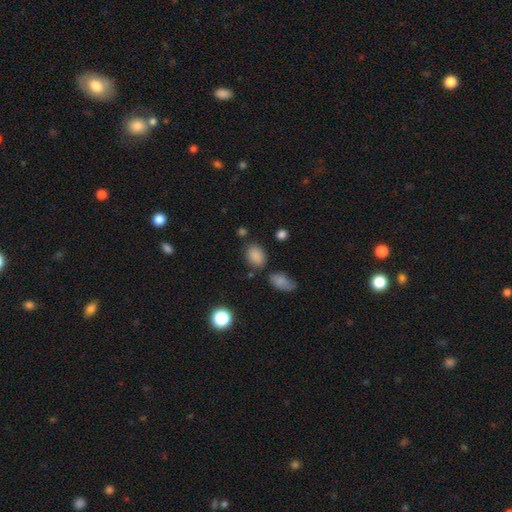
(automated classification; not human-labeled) Smooth or featured: smooth — 83% (star or artifact — 11%)
How rounded: in between — 75% (round — 24%)
Merging: none — 73% (minor disturbance — 15%)